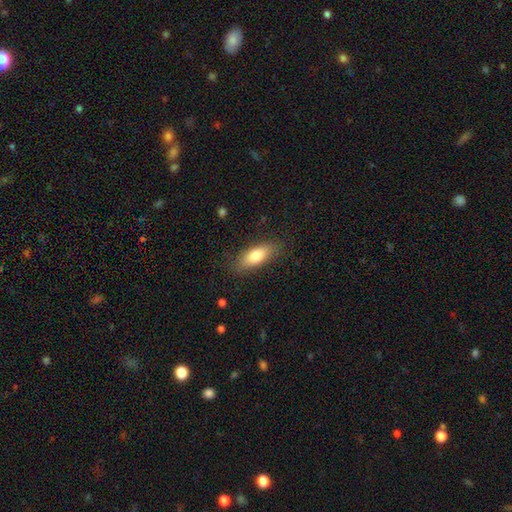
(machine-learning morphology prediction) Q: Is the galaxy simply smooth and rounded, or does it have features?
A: smooth — 78%.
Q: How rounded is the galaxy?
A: in between — 72%.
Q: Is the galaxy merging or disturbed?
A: none — 83%.